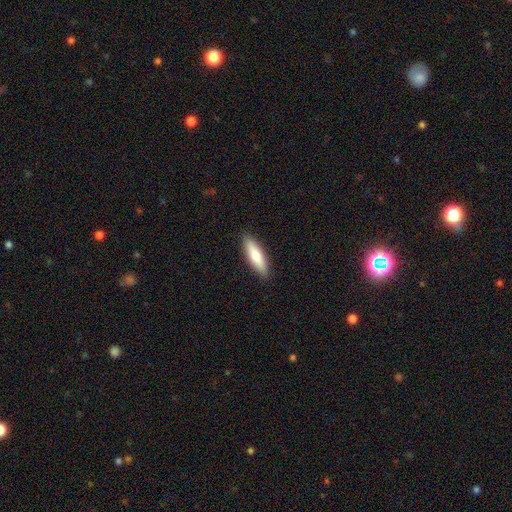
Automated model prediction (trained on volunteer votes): A smooth galaxy with no disk features (73%) that is cigar-shaped (63%). Merging: none (89%).